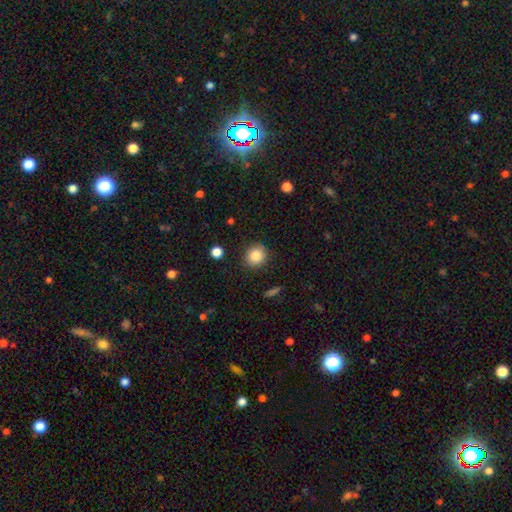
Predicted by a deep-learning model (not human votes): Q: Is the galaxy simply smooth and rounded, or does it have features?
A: smooth — 85%.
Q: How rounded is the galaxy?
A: round — 87%.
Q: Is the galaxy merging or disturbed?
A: none — 87%.